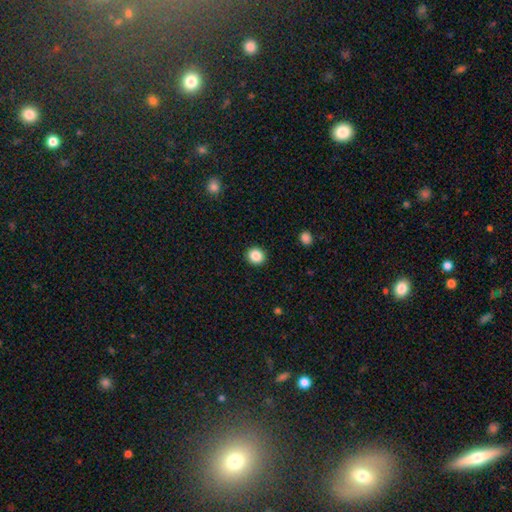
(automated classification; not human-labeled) The model was most divided on "how rounded": round: 87%, in between: 12%, cigar-shaped: 1%. More confident: merging — none (92%); smooth or featured — smooth (87%).